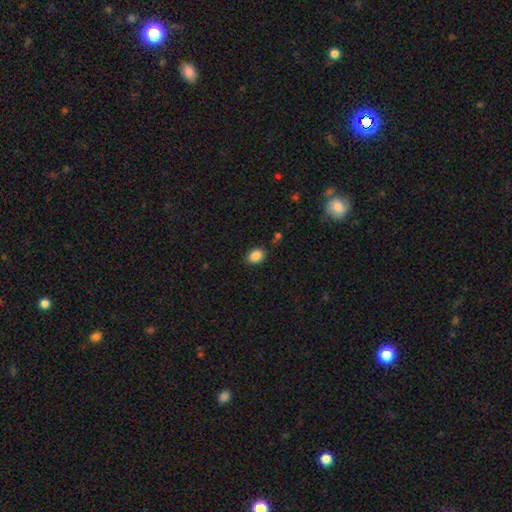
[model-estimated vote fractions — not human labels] A smooth galaxy with no disk features (87%) that is in between round and cigar-shaped (69%). Merging: none (85%).